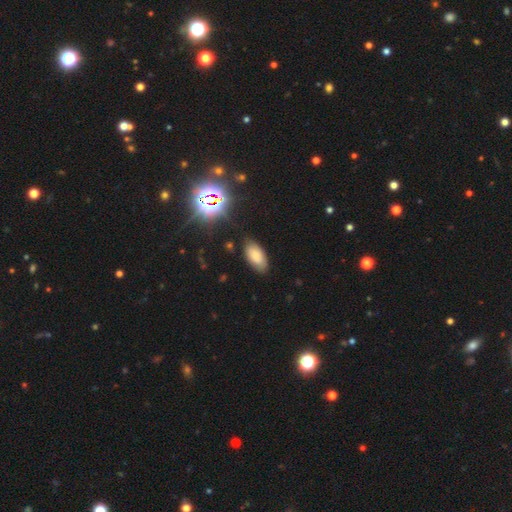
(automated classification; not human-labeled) Overall: smooth (74%). How rounded: in between (93%). Merging: none (79%).